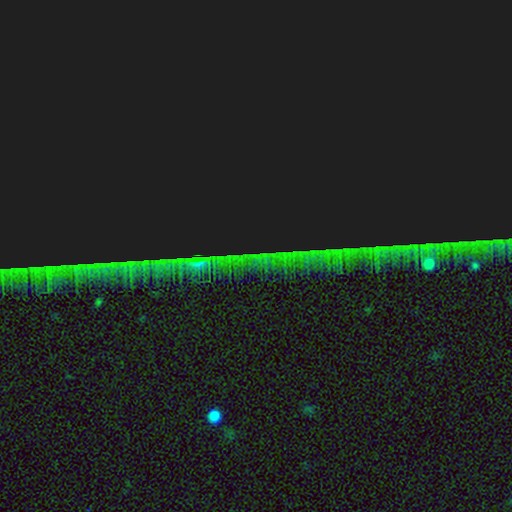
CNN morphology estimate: smooth-or-featured: star or artifact: 82% | smooth: 9% | featured or disk: 9%